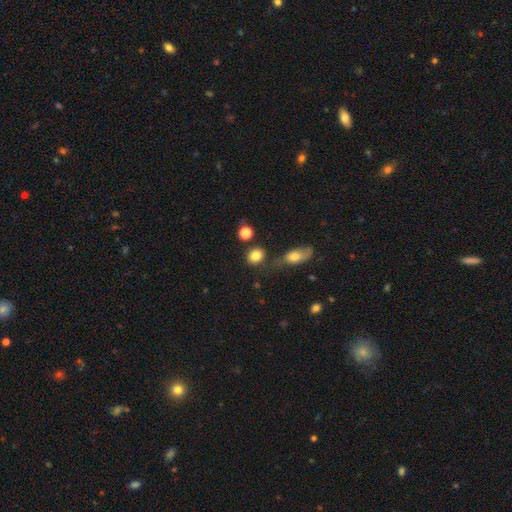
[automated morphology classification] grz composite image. It shows a smooth galaxy with no disk features (82%) that is round (62%). Merging: none (70%).